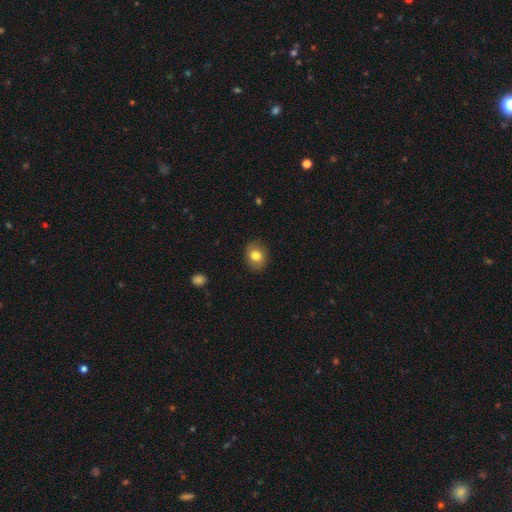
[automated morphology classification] Smooth or featured?
  - smooth: 80% *
  - featured or disk: 11%
  - star or artifact: 9%
How rounded?
  - round: 54% *
  - in between: 45%
  - cigar-shaped: 1%
Merging?
  - none: 88% *
  - minor disturbance: 9%
  - major disturbance: 2%
  - merger: 1%